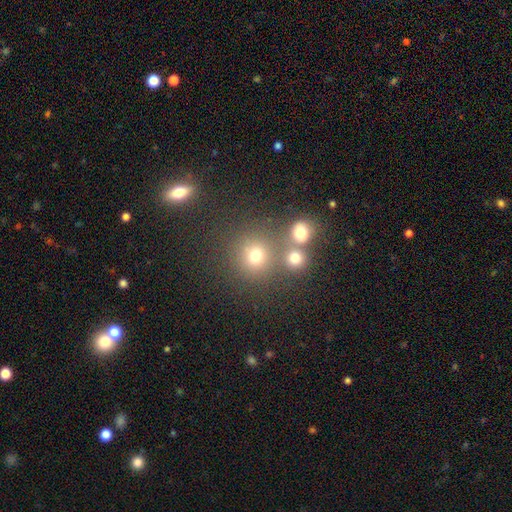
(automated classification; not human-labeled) Morphology: type=smooth (72%); roundness=round (89%); merging=none (67%).